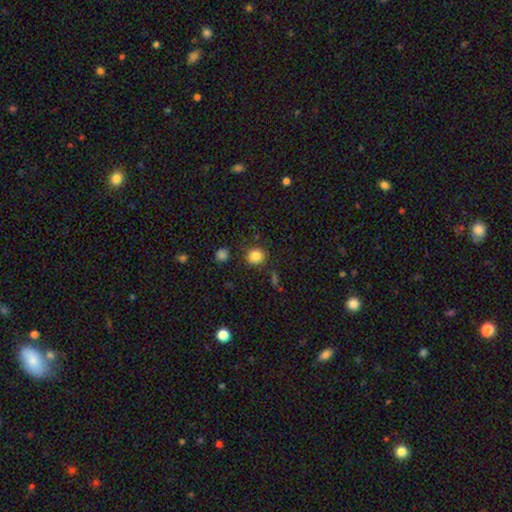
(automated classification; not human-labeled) smooth 84%, star or artifact 11%, featured or disk 5%. Down the decision tree: how rounded — round (86%); merging — none (84%).